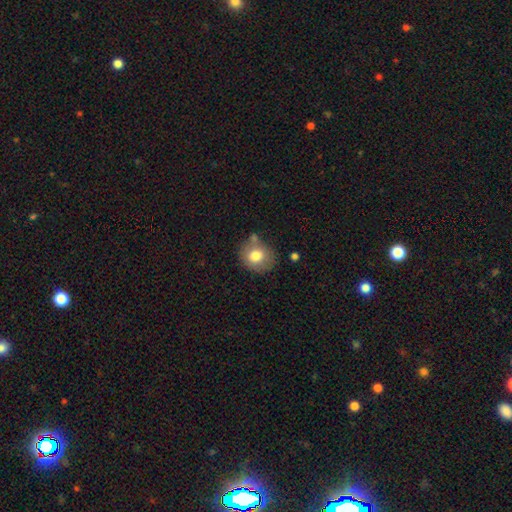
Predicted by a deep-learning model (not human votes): A smooth galaxy with no disk features (76%) that is round (73%). Merging: none (70%).